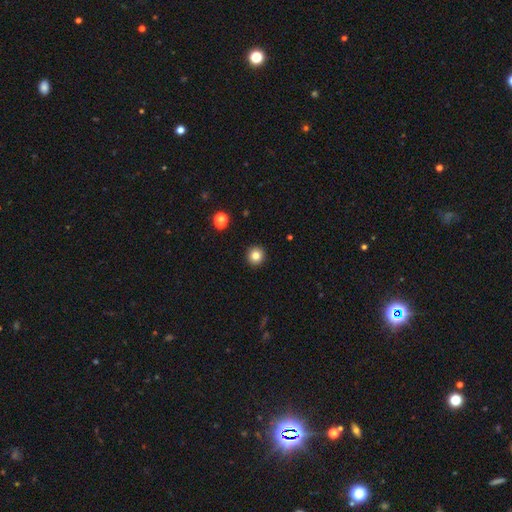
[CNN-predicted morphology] smooth 82%, star or artifact 12%, featured or disk 6%. Down the decision tree: how rounded — round (95%); merging — none (93%).